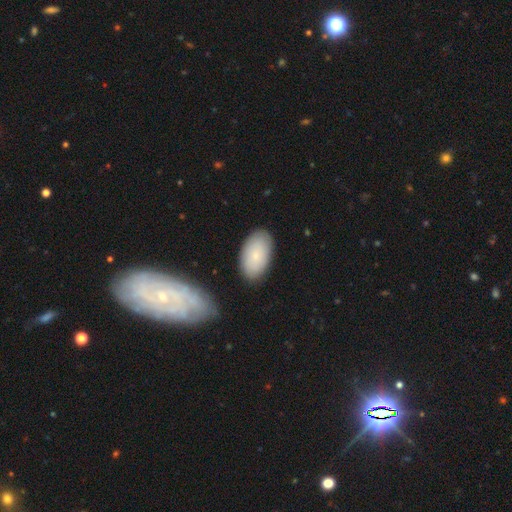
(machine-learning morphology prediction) smooth-or-featured: smooth: 77% | featured or disk: 17% | star or artifact: 6%
  how-rounded: in between: 95% | round: 4% | cigar-shaped: 2%
  merging: none: 82% | minor disturbance: 12% | merger: 3% | major disturbance: 3%